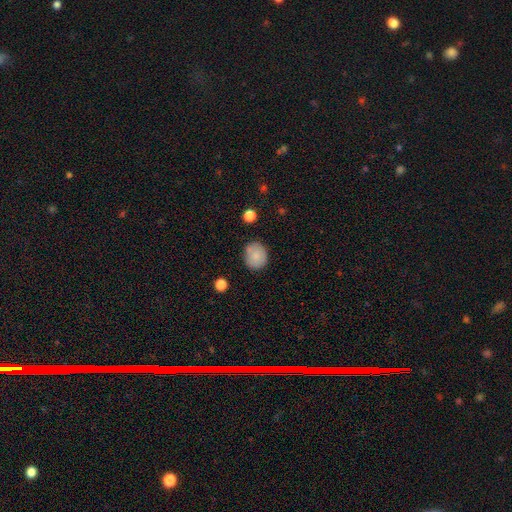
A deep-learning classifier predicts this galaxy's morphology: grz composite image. It shows a smooth galaxy with no disk features (84%) that is round (76%). Merging: none (82%).